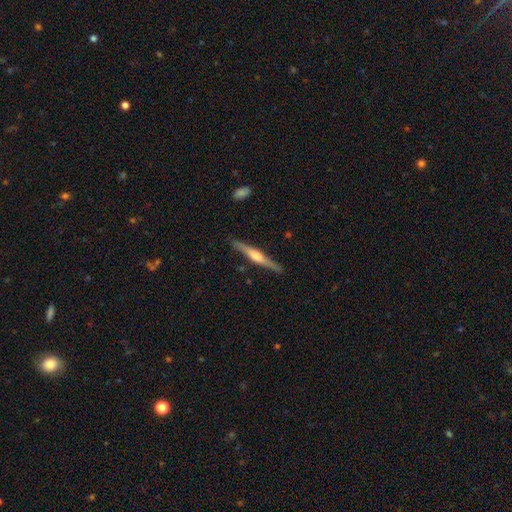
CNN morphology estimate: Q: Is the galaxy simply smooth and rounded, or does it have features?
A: featured or disk — 77%.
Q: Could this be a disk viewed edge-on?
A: yes — 98%.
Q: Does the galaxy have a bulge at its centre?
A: rounded — 78%.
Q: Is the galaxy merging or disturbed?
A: none — 90%.